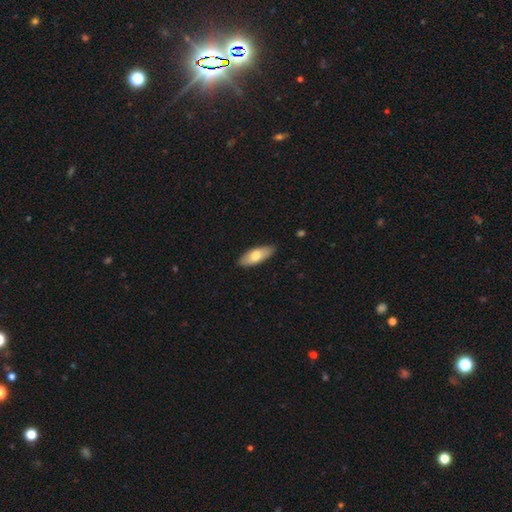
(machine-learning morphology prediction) smooth_or_featured: smooth (p=0.73) [alt: featured or disk p=0.22]
how_rounded: in between (p=0.79) [alt: cigar-shaped p=0.19]
merging: none (p=0.88) [alt: minor disturbance p=0.10]